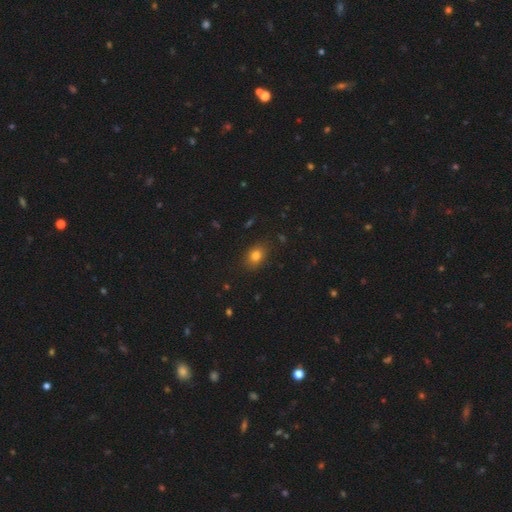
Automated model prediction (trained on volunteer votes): Smooth or featured? Predicted: smooth (p=0.80). How rounded? Predicted: in between (p=0.60). Merging? Predicted: none (p=0.86).